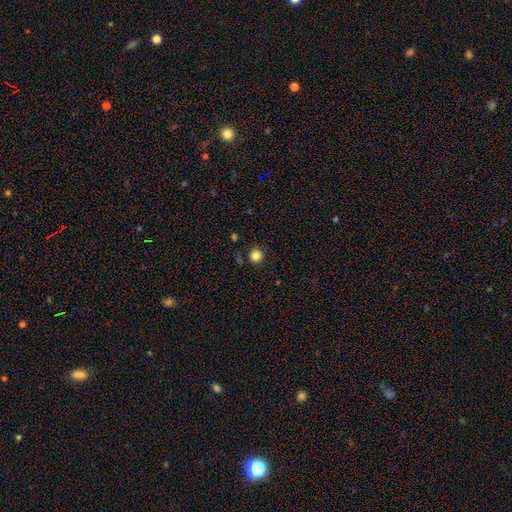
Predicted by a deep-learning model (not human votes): smooth-or-featured: smooth: 83% | star or artifact: 13% | featured or disk: 4%
  how-rounded: round: 95% | in between: 4% | cigar-shaped: 1%
  merging: none: 90% | minor disturbance: 6% | merger: 2% | major disturbance: 2%